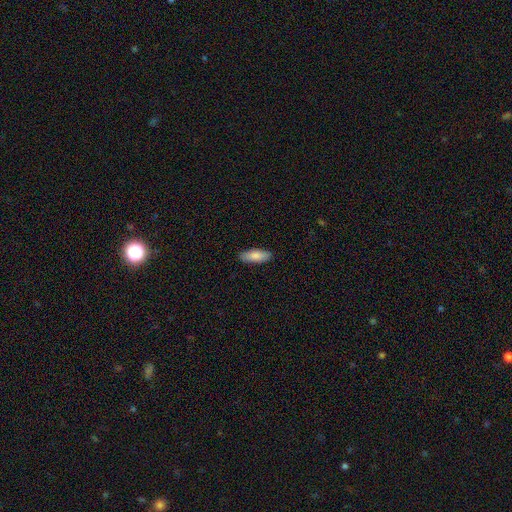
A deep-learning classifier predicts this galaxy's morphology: smooth-or-featured: smooth: 85% | featured or disk: 10% | star or artifact: 6%
  how-rounded: in between: 76% | cigar-shaped: 22% | round: 2%
  merging: none: 88% | minor disturbance: 9% | major disturbance: 2% | merger: 1%